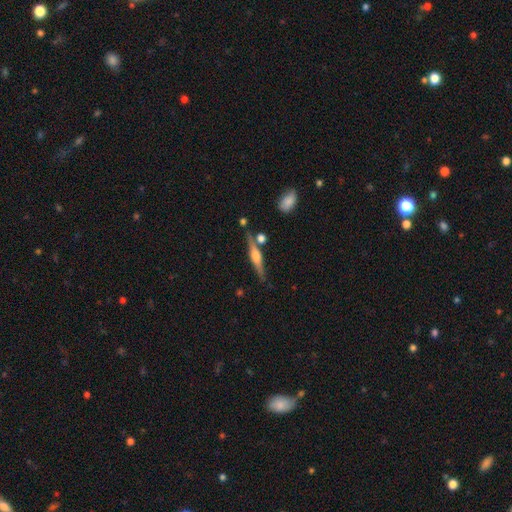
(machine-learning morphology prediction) smooth_or_featured: featured or disk (p=0.73) [alt: smooth p=0.20]
disk_edge_on: yes (p=0.97) [alt: no p=0.03]
edge_on_bulge: rounded (p=0.87) [alt: boxy p=0.10]
merging: none (p=0.78) [alt: minor disturbance p=0.11]